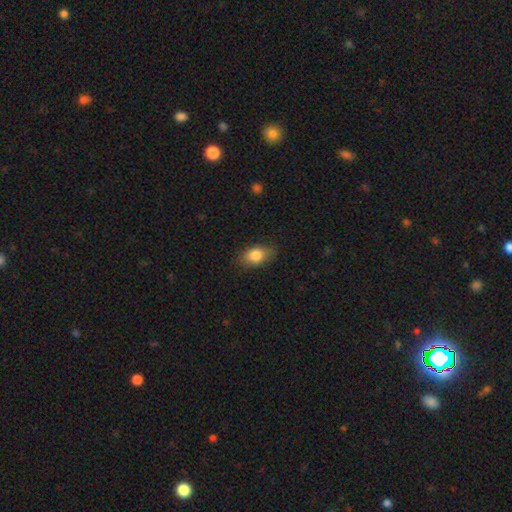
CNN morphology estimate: The model was most divided on "merging": none: 82%, minor disturbance: 14%, major disturbance: 3%, merger: 1%. More confident: how rounded — in between (86%); smooth or featured — smooth (82%).